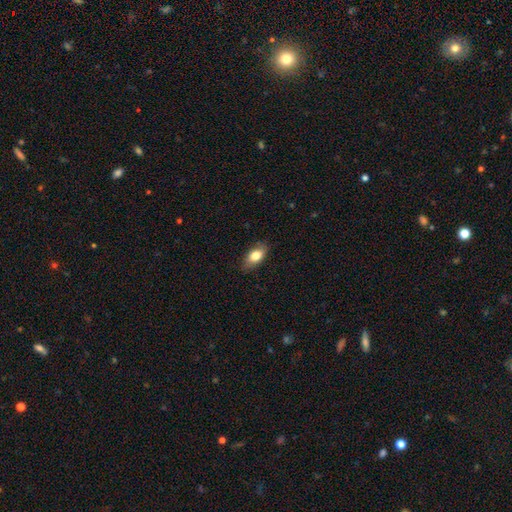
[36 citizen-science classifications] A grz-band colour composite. It shows a smooth galaxy with no disk features (78%) that is in between round and cigar-shaped (89%). Merging: none (74%).